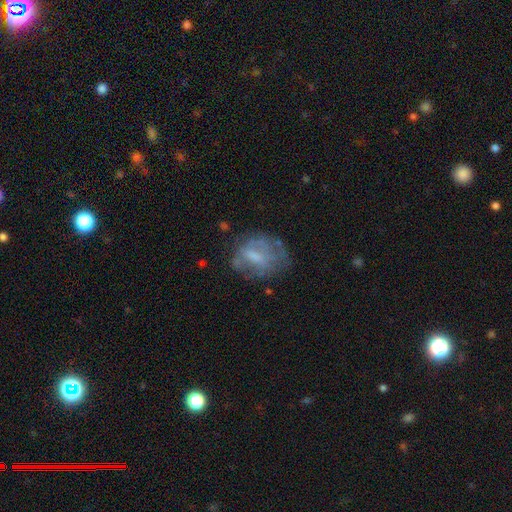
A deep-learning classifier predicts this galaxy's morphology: Q: Smooth or featured?
A: featured or disk (48%); runner-up: smooth (41%)
Q: Merging?
A: none (50%); runner-up: minor disturbance (25%)